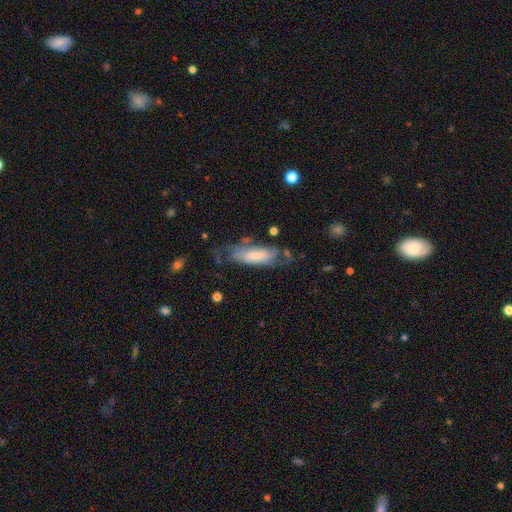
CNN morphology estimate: This is possibly a featured or disk galaxy (51%). It is clearly not viewed edge-on (80%). Merging: possibly none (50%).